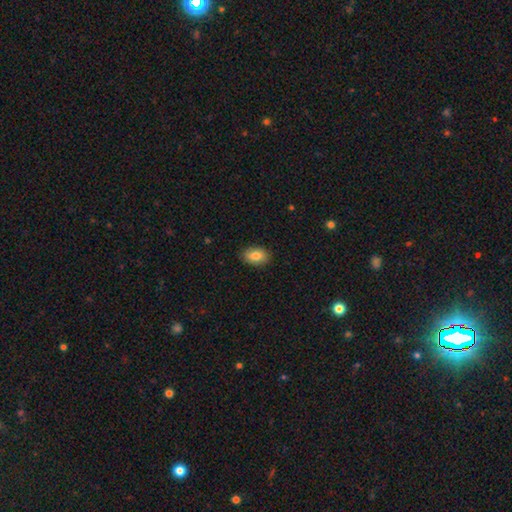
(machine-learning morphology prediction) Smooth or featured? Predicted: smooth (p=0.84). How rounded? Predicted: in between (p=0.87). Merging? Predicted: none (p=0.88).